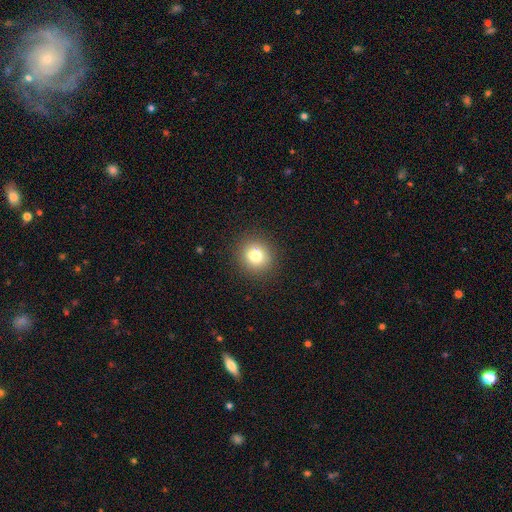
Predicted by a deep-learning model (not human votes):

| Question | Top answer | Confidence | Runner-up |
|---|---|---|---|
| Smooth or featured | smooth | 78% | star or artifact (13%) |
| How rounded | round | 89% | in between (11%) |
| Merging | none | 88% | minor disturbance (8%) |